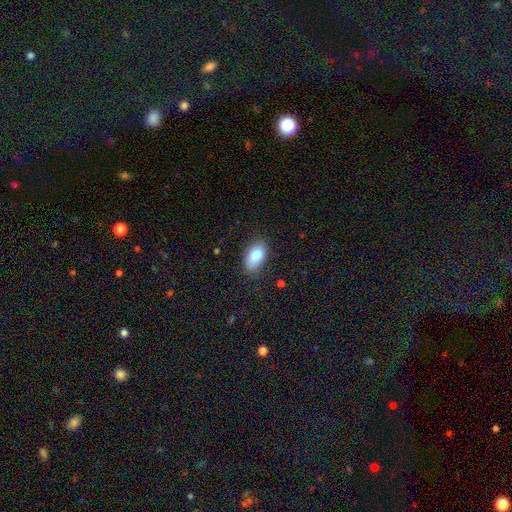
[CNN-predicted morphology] Overall: smooth (85%). How rounded: in between (92%). Merging: none (81%).